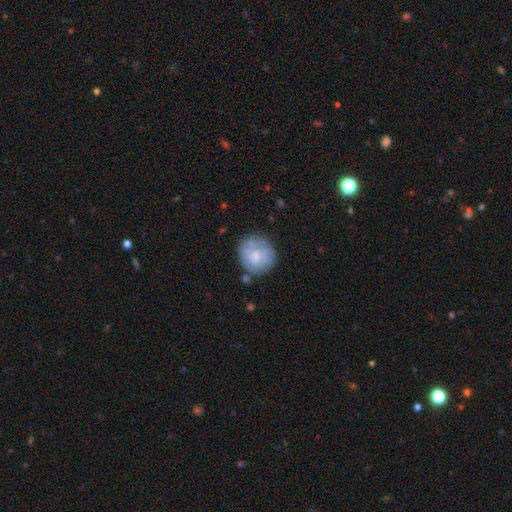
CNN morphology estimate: Overall: smooth (56%; featured or disk 37%). How rounded: round (86%). Merging: none (65%).